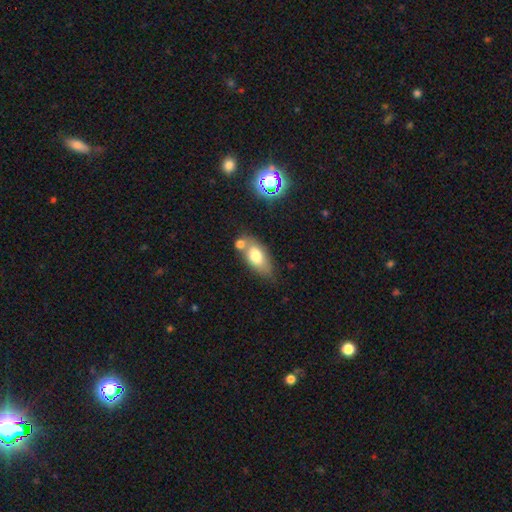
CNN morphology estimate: smooth_or_featured: smooth (p=0.71) [alt: featured or disk p=0.19]
how_rounded: in between (p=0.84) [alt: cigar-shaped p=0.08]
merging: none (p=0.50) [alt: merger p=0.27]